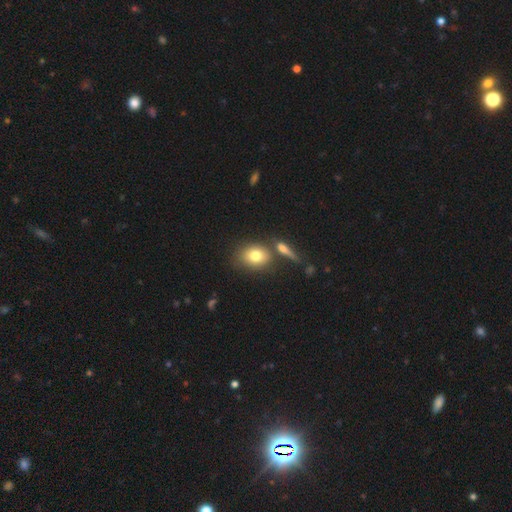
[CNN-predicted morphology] Overall: smooth (77%). How rounded: in between (57%; round 41%). Merging: none (64%).